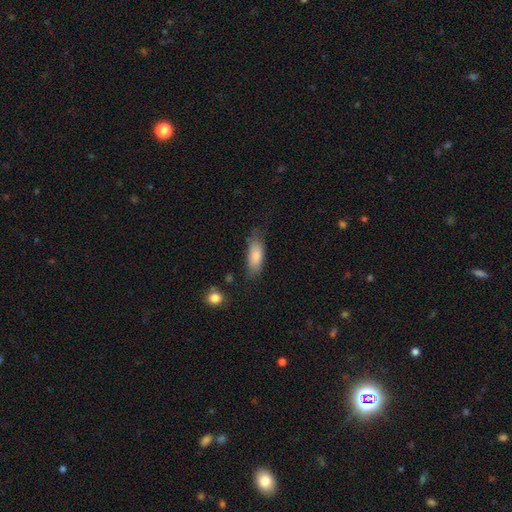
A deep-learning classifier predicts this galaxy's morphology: type=smooth (84%); roundness=in between (77%); merging=none (63%).